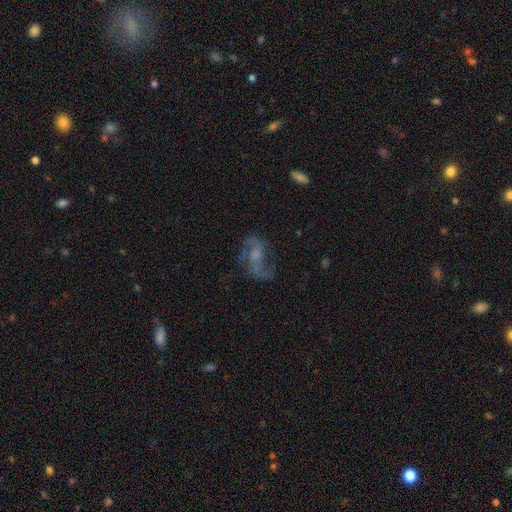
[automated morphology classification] type=featured or disk (73%); edge-on=no (97%); bar=no (50%); spiral arms=yes (85%); winding=loose (60%); arm count=2 (78%); bulge=none (35%); merging=none (55%).